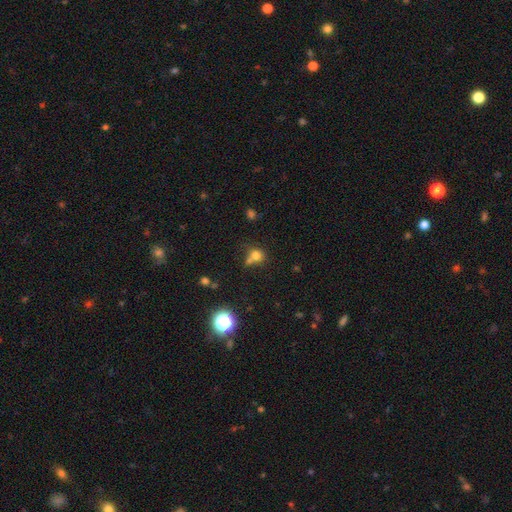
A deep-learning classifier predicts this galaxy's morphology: smooth-or-featured: smooth: 73% | star or artifact: 17% | featured or disk: 10%
  how-rounded: round: 79% | in between: 20% | cigar-shaped: 1%
  merging: none: 48% | merger: 33% | minor disturbance: 13% | major disturbance: 6%